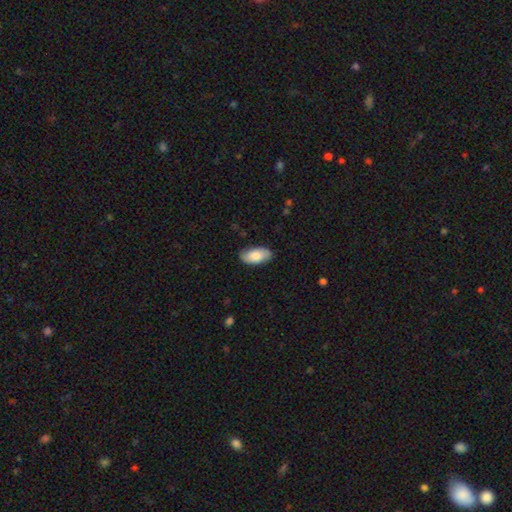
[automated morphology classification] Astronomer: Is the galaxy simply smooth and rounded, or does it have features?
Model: smooth — 75%.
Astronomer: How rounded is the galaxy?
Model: in between — 95%.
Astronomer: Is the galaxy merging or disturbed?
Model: none — 85%.